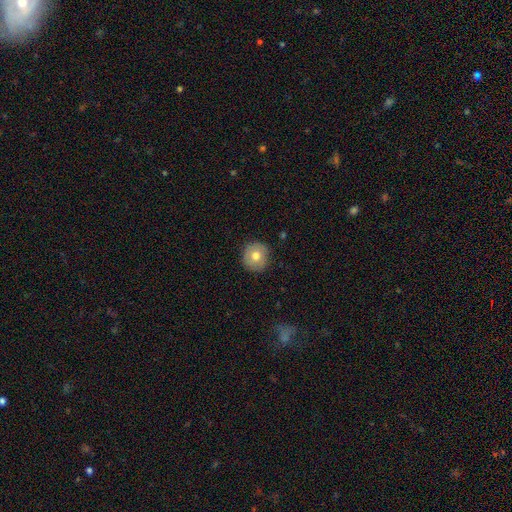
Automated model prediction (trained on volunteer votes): A smooth galaxy with no disk features (73%) that is round (92%).

Vote fractions:
- Smooth or featured? smooth: 73% / featured or disk: 18% / star or artifact: 8%
- How rounded? round: 92% / in between: 7% / cigar-shaped: 1%
- Merging? none: 87% / minor disturbance: 9% / major disturbance: 2% / merger: 1%